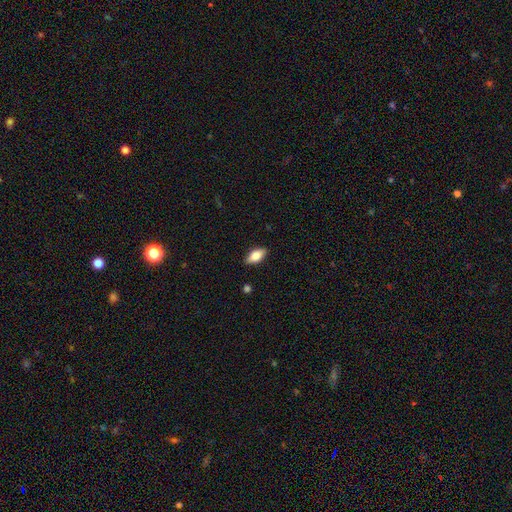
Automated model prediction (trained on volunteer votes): smooth 72%, featured or disk 21%, star or artifact 7%. Down the decision tree: how rounded — in between (86%); merging — none (87%).